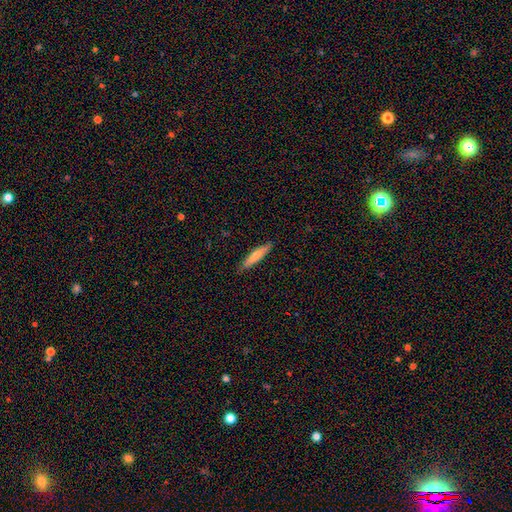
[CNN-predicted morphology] smooth-or-featured: smooth: 69% | featured or disk: 26% | star or artifact: 5%
  how-rounded: cigar-shaped: 87% | in between: 12% | round: 1%
  merging: none: 88% | minor disturbance: 9% | major disturbance: 2% | merger: 1%